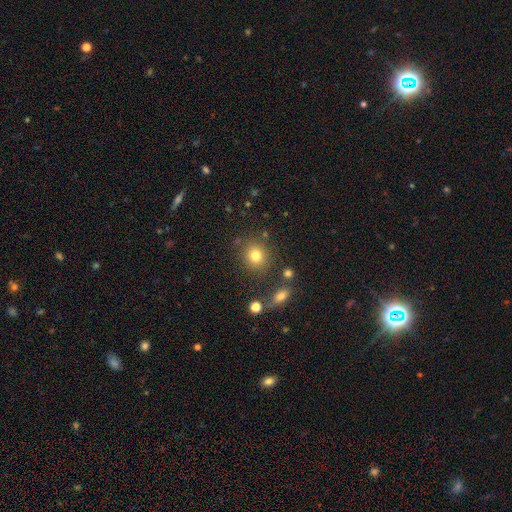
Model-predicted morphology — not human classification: Q: Smooth or featured?
A: smooth (79%); runner-up: star or artifact (13%)
Q: How rounded?
A: round (84%); runner-up: in between (15%)
Q: Merging?
A: none (82%); runner-up: minor disturbance (9%)